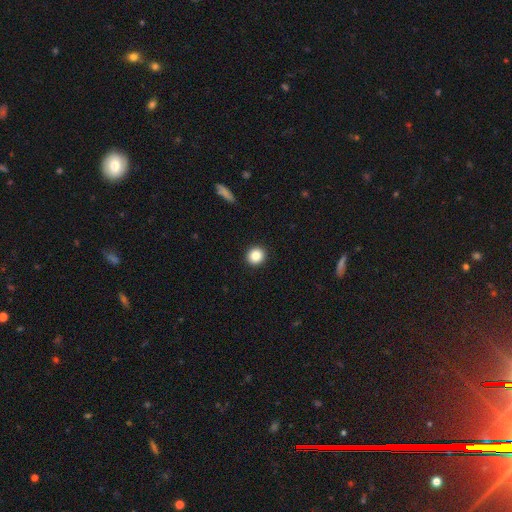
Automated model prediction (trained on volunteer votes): Overall: smooth (85%). How rounded: round (90%). Merging: none (93%).